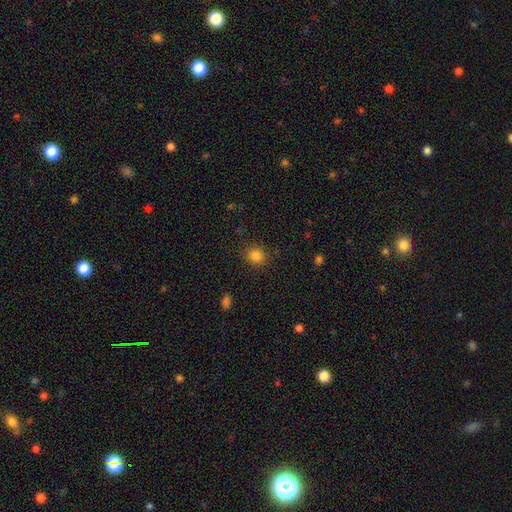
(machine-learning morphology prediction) smooth-or-featured: smooth: 83% | star or artifact: 12% | featured or disk: 4%
  how-rounded: round: 79% | in between: 20% | cigar-shaped: 1%
  merging: none: 87% | minor disturbance: 9% | major disturbance: 3% | merger: 1%